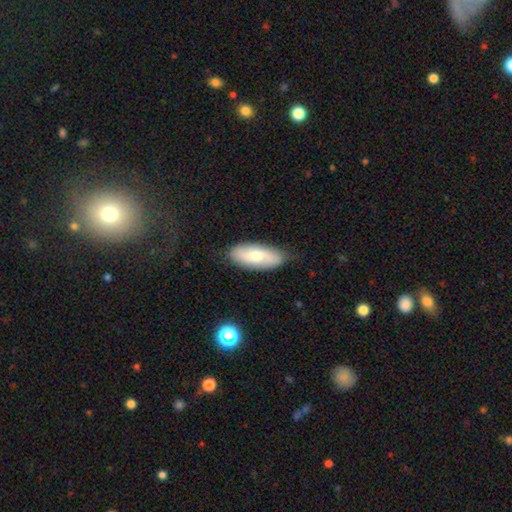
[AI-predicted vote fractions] Overall: smooth (66%; featured or disk 27%). How rounded: in between (84%). Merging: none (78%).